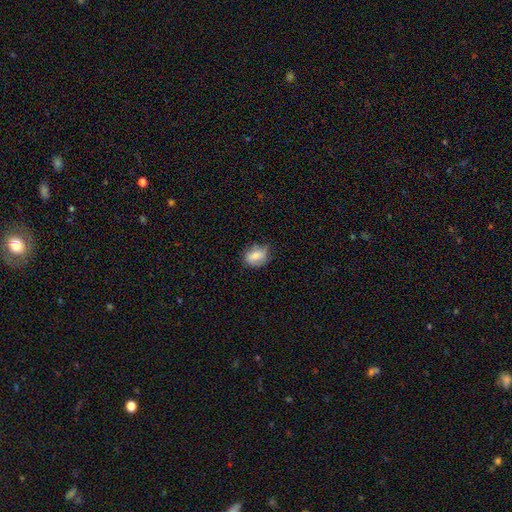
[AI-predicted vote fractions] This appears to be a smooth galaxy with no disk features (69%) that is in between round and cigar-shaped (63%). Merging: none (61%).